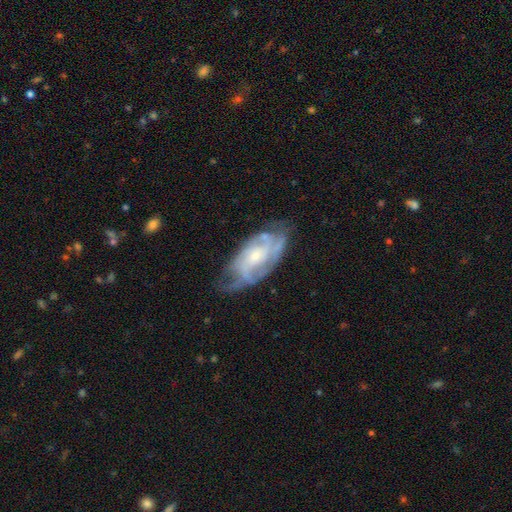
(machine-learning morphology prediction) This is likely a featured or disk galaxy (76%). It is clearly not viewed edge-on (93%). Bar: likely no (67%). Spiral arm pattern: clearly yes (82%). Spiral arm count: possibly can't tell (48%). Spiral winding: possibly tight (51%). Central bulge: likely small (61%). Merging: possibly none (55%).